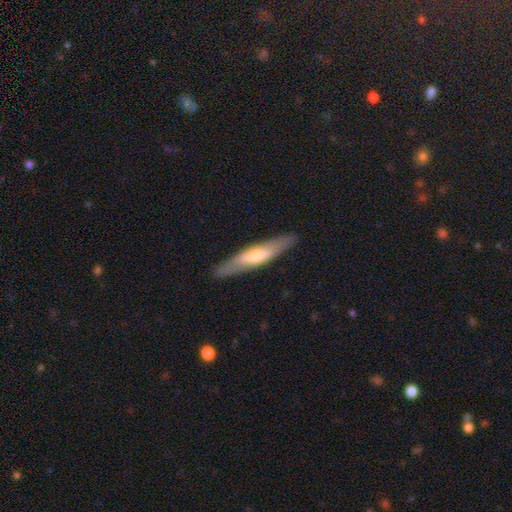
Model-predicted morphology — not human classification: A smooth galaxy with no disk features (49%). Merging: none (88%).